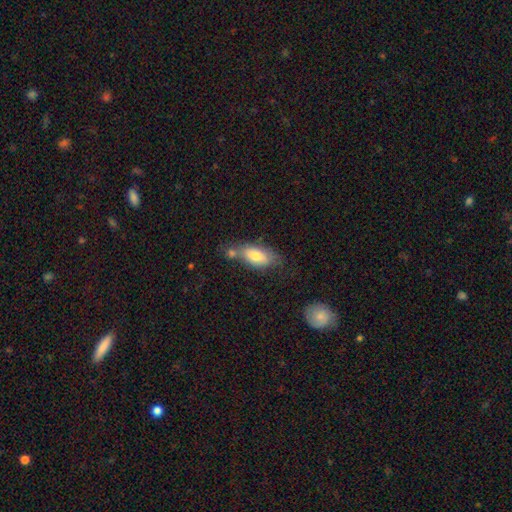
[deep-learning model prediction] A smooth galaxy with no disk features (74%) that is in between round and cigar-shaped (83%). Merging: none (50%).